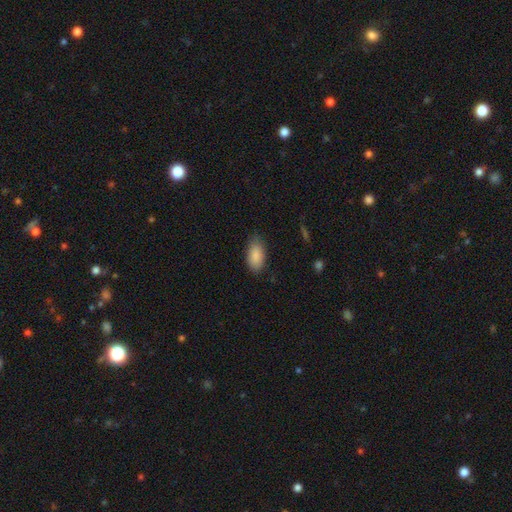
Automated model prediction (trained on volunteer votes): This appears to be a smooth galaxy with no disk features (88%) that is in between round and cigar-shaped (93%). Merging: none (77%).